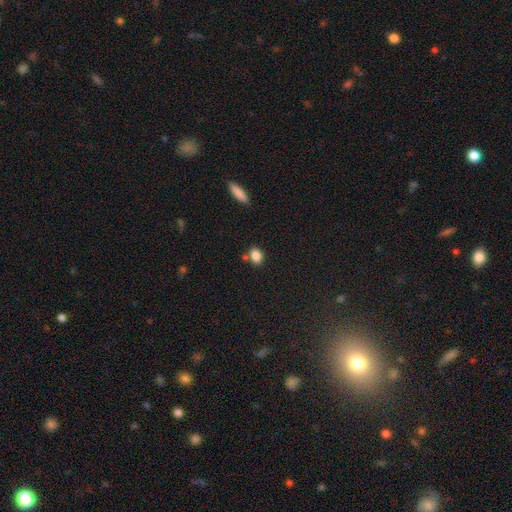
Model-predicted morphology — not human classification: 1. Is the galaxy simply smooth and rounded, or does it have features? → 83% smooth, 10% star or artifact, 6% featured or disk.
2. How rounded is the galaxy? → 61% in between, 37% round, 2% cigar-shaped.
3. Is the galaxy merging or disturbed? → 69% none, 15% merger, 13% minor disturbance, 3% major disturbance.